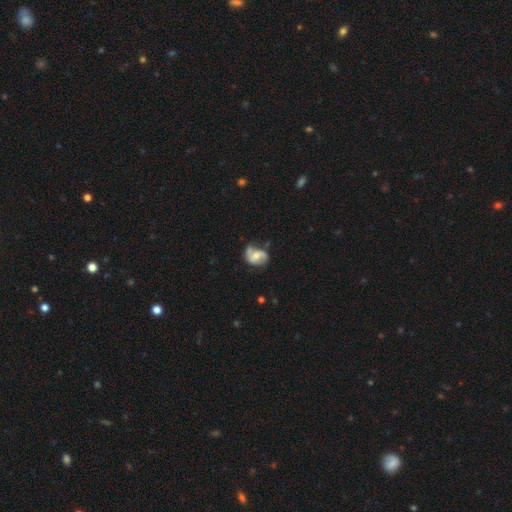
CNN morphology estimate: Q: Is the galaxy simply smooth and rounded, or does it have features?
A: featured or disk — 63%.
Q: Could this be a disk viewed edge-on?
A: no — 97%.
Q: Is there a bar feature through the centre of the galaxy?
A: weak — 41%, tied with no.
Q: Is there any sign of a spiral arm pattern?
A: yes — 80%.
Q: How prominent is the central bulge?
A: moderate — 55%.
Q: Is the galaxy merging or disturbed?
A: none — 48%.